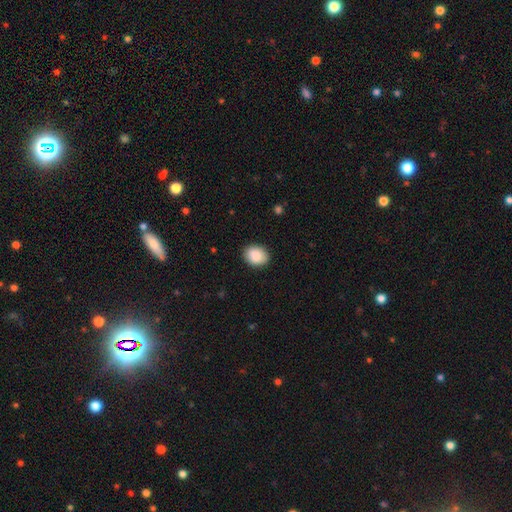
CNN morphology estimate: This is clearly a smooth galaxy (88%). How rounded: possibly in between (58%). Merging: clearly none (88%).